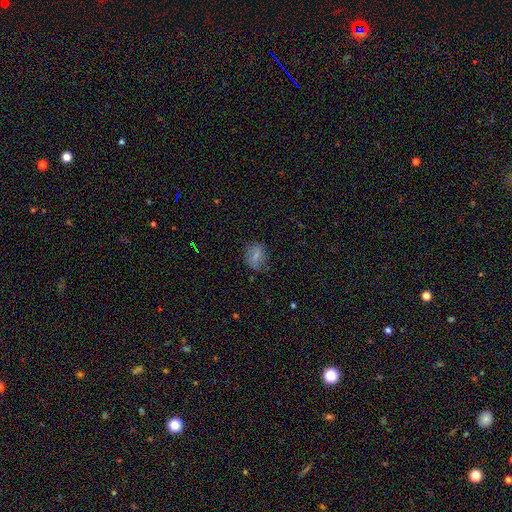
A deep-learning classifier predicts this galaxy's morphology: Smooth or featured? smooth (66%)
How rounded? in between (57%)
Merging? none (69%)